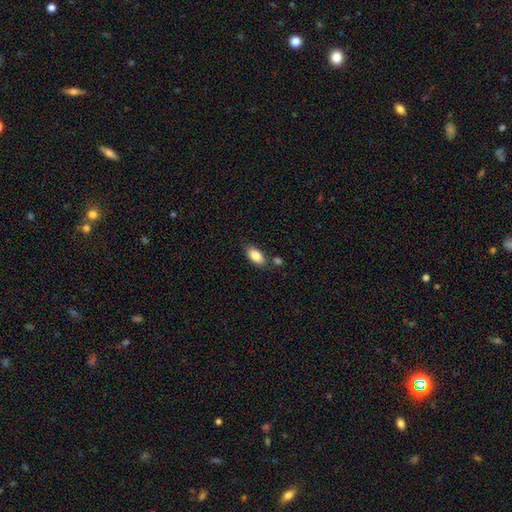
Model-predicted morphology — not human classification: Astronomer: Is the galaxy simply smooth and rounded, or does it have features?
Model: smooth — 84%.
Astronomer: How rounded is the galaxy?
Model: in between — 91%.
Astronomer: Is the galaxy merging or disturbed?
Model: none — 75%.